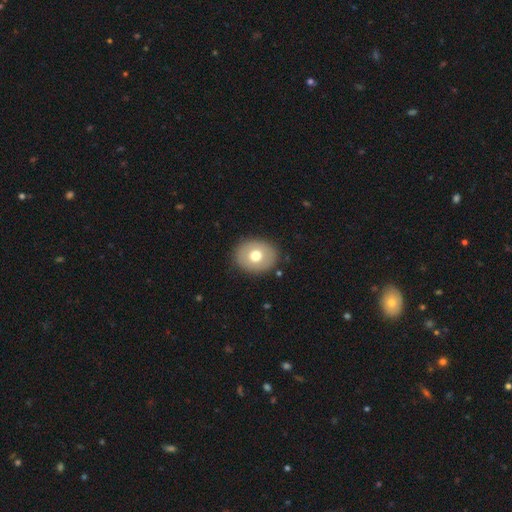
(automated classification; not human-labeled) smooth 66%, featured or disk 26%, star or artifact 7%. Down the decision tree: how rounded — round (56%); merging — none (88%).